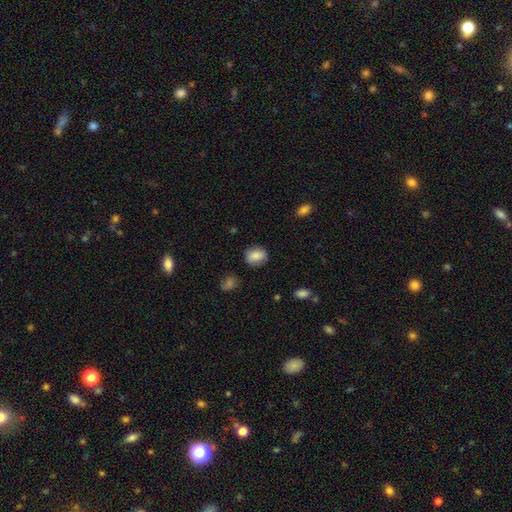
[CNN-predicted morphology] smooth-or-featured: smooth: 85% | star or artifact: 8% | featured or disk: 8%
  how-rounded: in between: 59% | round: 40% | cigar-shaped: 1%
  merging: none: 83% | minor disturbance: 12% | major disturbance: 3% | merger: 2%